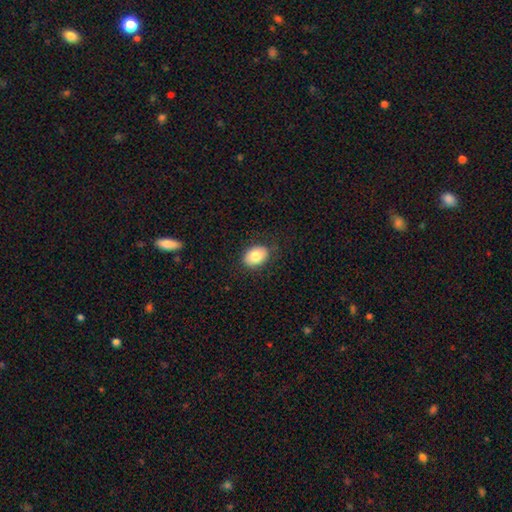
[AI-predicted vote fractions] A smooth galaxy with no disk features (82%) that is in between round and cigar-shaped (76%).

Vote fractions:
- Smooth or featured? smooth: 82% / featured or disk: 11% / star or artifact: 8%
- How rounded? in between: 76% / round: 23% / cigar-shaped: 1%
- Merging? none: 83% / minor disturbance: 13% / major disturbance: 4% / merger: 1%